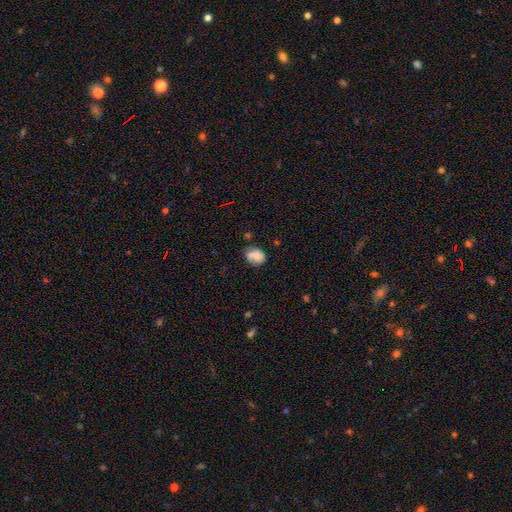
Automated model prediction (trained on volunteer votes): Overall: smooth (71%). How rounded: round (61%; in between 38%). Merging: none (54%; minor disturbance 27%).